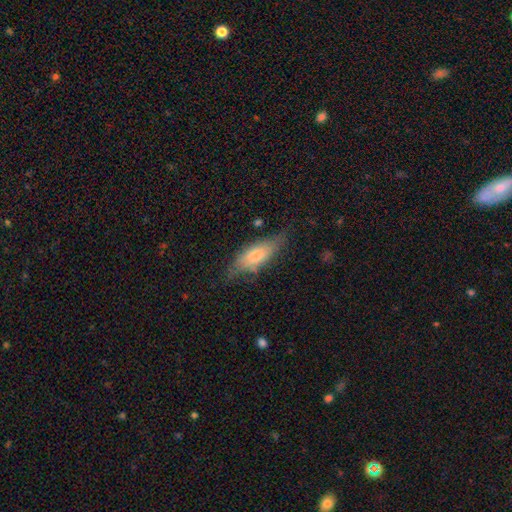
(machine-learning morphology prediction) Smooth or featured? Predicted: smooth (p=0.67). How rounded? Predicted: in between (p=0.63). Merging? Predicted: none (p=0.58).